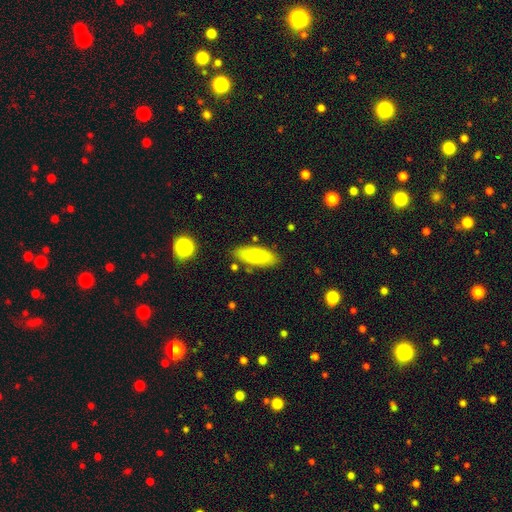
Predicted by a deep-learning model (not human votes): Smooth or featured? Predicted: smooth (p=0.76). How rounded? Predicted: in between (p=0.78). Merging? Predicted: none (p=0.80).